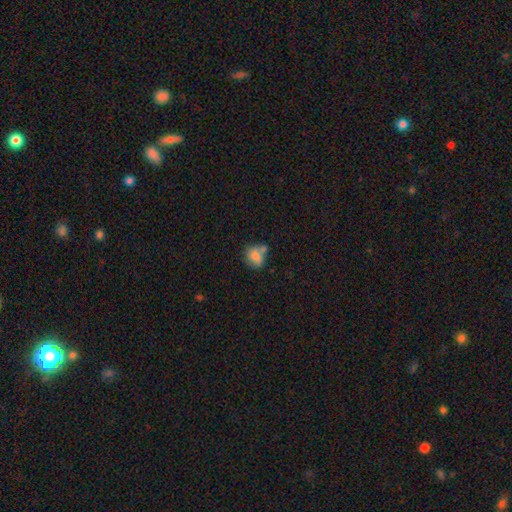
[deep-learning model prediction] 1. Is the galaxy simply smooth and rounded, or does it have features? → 77% smooth, 13% featured or disk, 10% star or artifact.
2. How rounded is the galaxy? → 56% in between, 43% round, 1% cigar-shaped.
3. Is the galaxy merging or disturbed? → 38% none, 30% merger, 22% minor disturbance, 10% major disturbance.